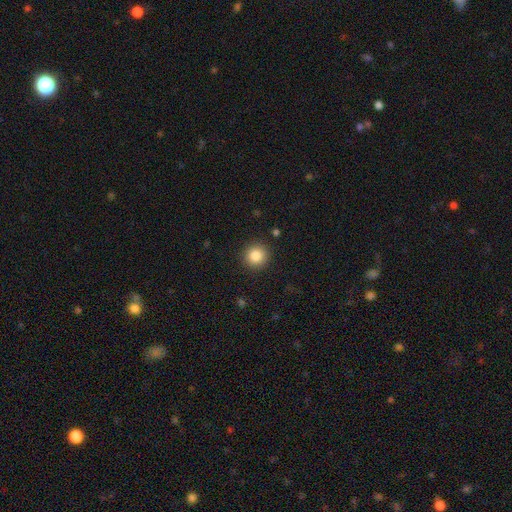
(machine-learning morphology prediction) type=smooth (85%); roundness=round (94%); merging=none (91%).